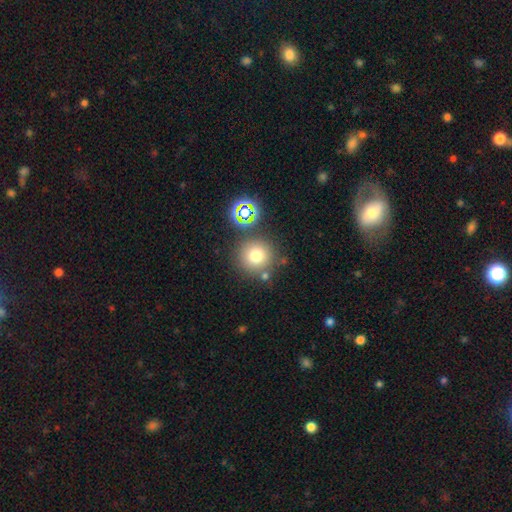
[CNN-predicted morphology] smooth-or-featured: smooth: 72% | star or artifact: 18% | featured or disk: 10%
  how-rounded: round: 94% | in between: 5% | cigar-shaped: 1%
  merging: none: 77% | merger: 10% | minor disturbance: 9% | major disturbance: 3%